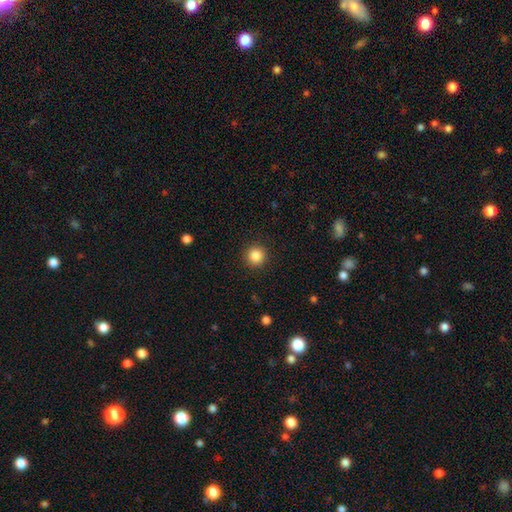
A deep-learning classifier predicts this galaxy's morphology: Overall: smooth (85%). How rounded: round (95%). Merging: none (92%).